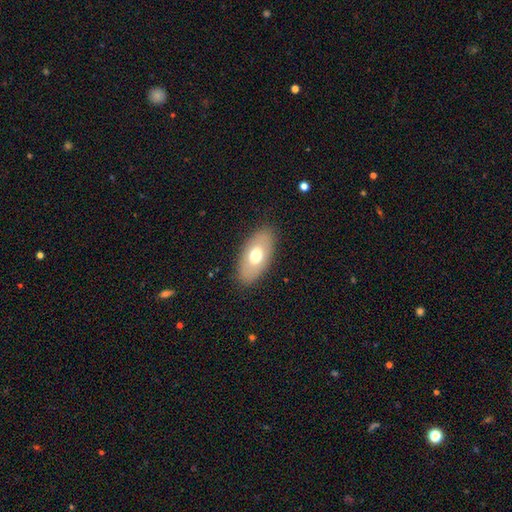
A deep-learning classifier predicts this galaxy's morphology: smooth-or-featured: smooth: 66% | featured or disk: 27% | star or artifact: 7%
  how-rounded: in between: 92% | round: 4% | cigar-shaped: 4%
  merging: none: 86% | minor disturbance: 10% | major disturbance: 3% | merger: 1%